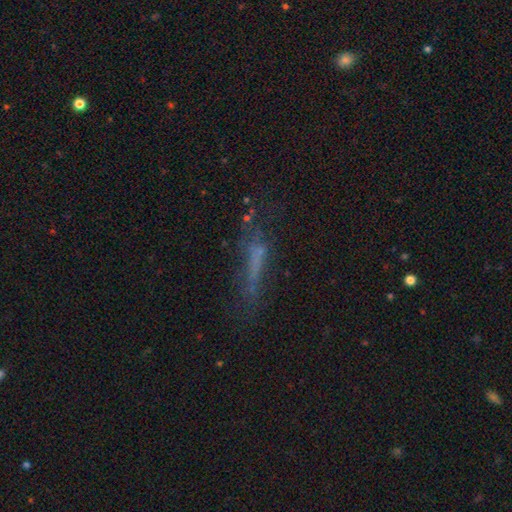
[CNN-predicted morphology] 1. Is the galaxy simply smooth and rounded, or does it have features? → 40% smooth, 37% featured or disk, 24% star or artifact.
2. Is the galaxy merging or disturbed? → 55% none, 22% minor disturbance, 19% major disturbance, 4% merger.